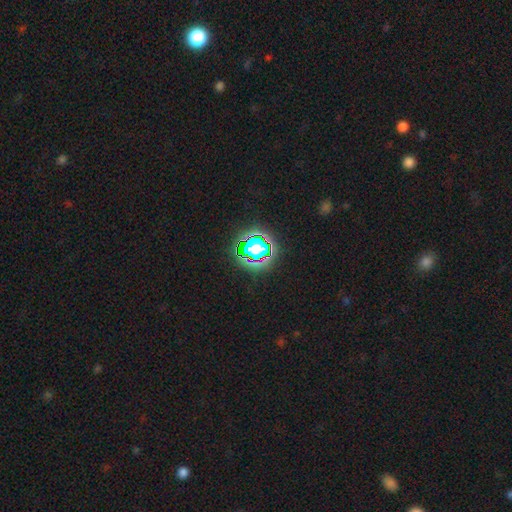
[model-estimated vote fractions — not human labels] smooth_or_featured: star or artifact (p=0.78) [alt: smooth p=0.15]